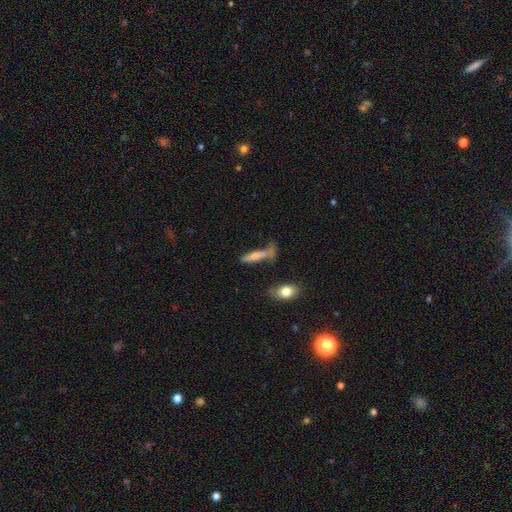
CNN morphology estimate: A smooth galaxy with no disk features (54%) that is cigar-shaped (75%).

Vote fractions:
- Smooth or featured? smooth: 54% / featured or disk: 35% / star or artifact: 12%
- How rounded? cigar-shaped: 75% / in between: 22% / round: 3%
- Merging? none: 48% / minor disturbance: 23% / major disturbance: 16% / merger: 13%